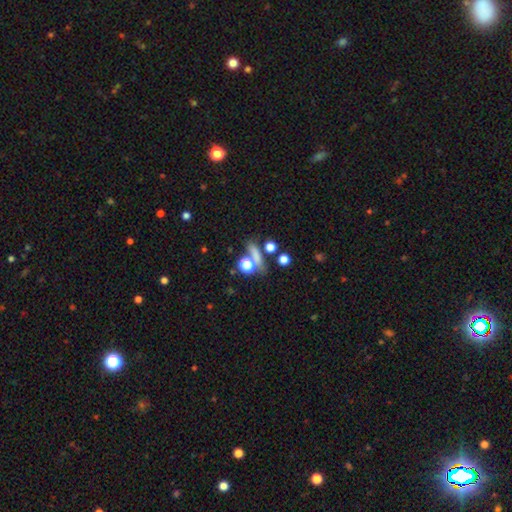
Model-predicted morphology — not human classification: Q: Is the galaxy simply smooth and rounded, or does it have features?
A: smooth — 64%.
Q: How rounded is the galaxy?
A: round — 39%.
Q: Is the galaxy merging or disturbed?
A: none — 57%.